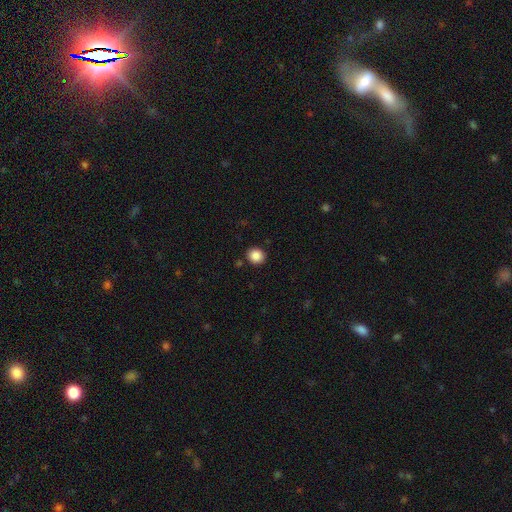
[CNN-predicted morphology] type=smooth (87%); roundness=round (83%); merging=none (89%).